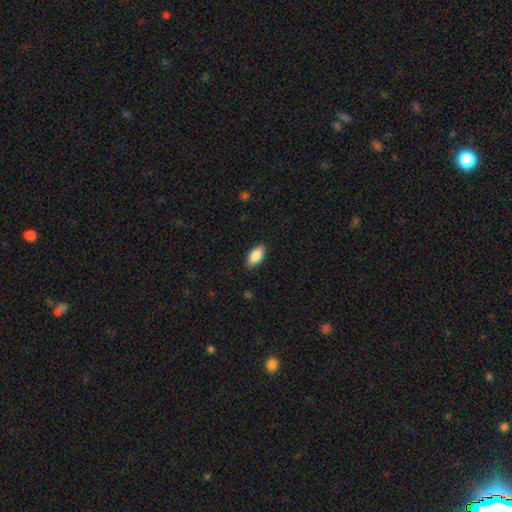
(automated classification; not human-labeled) Smooth or featured?
  - smooth: 86% *
  - featured or disk: 8%
  - star or artifact: 6%
How rounded?
  - in between: 92% *
  - cigar-shaped: 5%
  - round: 3%
Merging?
  - none: 87% *
  - minor disturbance: 10%
  - major disturbance: 2%
  - merger: 1%